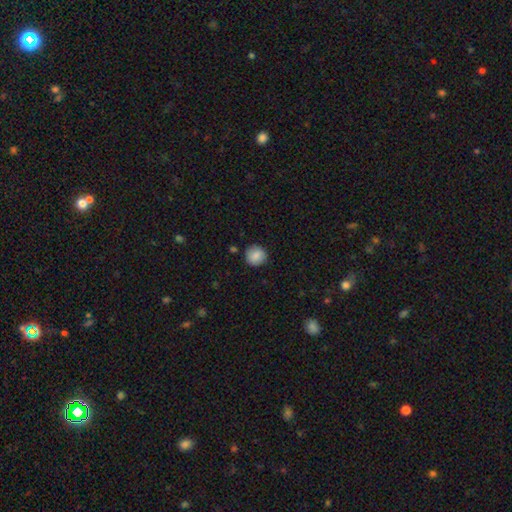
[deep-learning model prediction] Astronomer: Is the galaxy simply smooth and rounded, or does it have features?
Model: smooth — 87%.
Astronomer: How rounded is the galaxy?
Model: round — 92%.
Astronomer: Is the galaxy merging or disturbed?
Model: none — 88%.